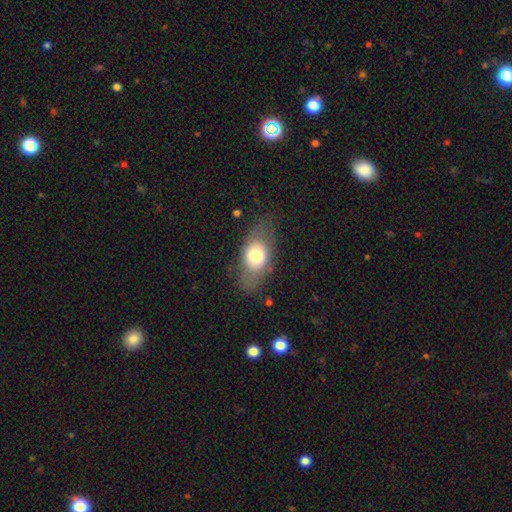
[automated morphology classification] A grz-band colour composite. It shows a smooth galaxy with no disk features (67%) that is in between round and cigar-shaped (79%). Merging: none (72%).